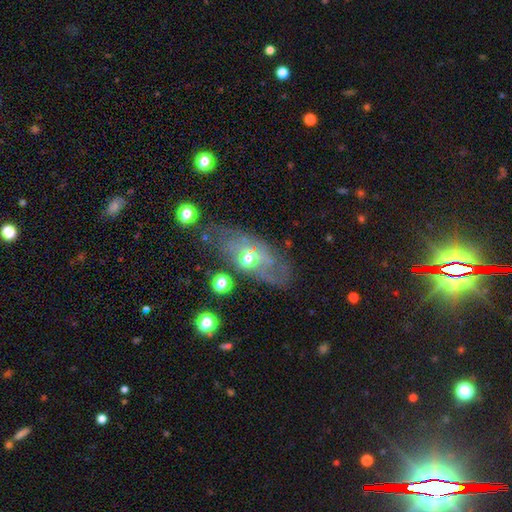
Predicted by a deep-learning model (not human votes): Morphology: type=featured or disk (59%); edge-on=no (76%); merging=none (70%).